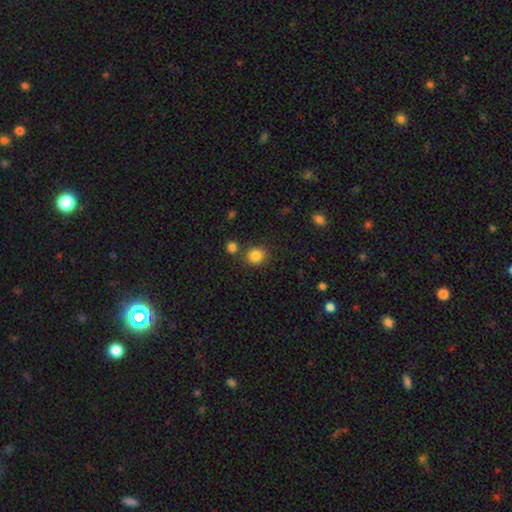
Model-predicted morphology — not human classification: A smooth galaxy with no disk features (84%) that is round (78%).

Vote fractions:
- Smooth or featured? smooth: 84% / star or artifact: 11% / featured or disk: 5%
- How rounded? round: 78% / in between: 21% / cigar-shaped: 1%
- Merging? none: 77% / merger: 10% / minor disturbance: 10% / major disturbance: 3%